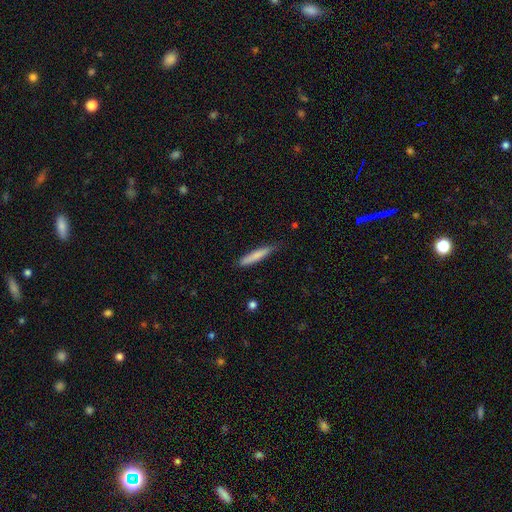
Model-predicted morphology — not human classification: type=smooth (77%); roundness=cigar-shaped (91%); merging=none (79%).